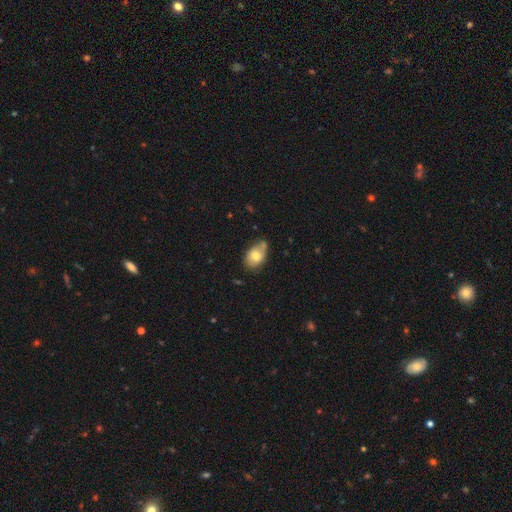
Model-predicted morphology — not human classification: Overall: smooth (72%). How rounded: in between (80%). Merging: none (49%; minor disturbance 31%).